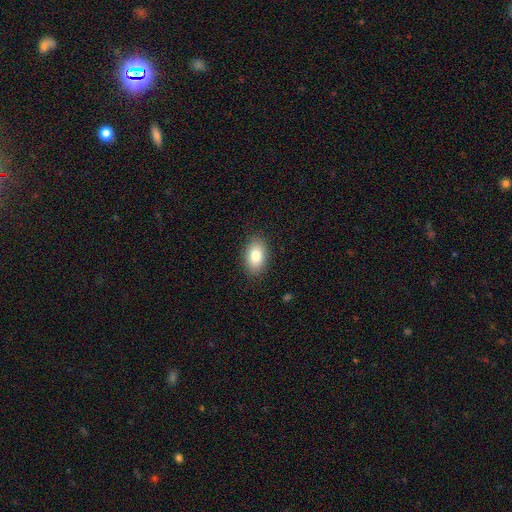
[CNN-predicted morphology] Smooth or featured? smooth (82%)
How rounded? in between (89%)
Merging? none (88%)